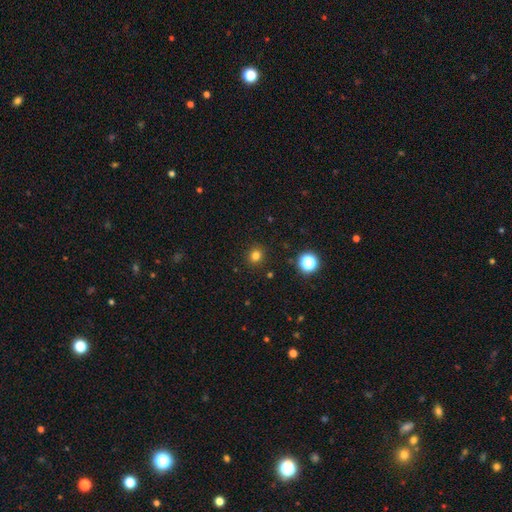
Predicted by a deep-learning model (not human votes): The model was most divided on "smooth or featured": smooth: 79%, star or artifact: 16%, featured or disk: 5%. More confident: merging — none (91%); how rounded — round (88%).